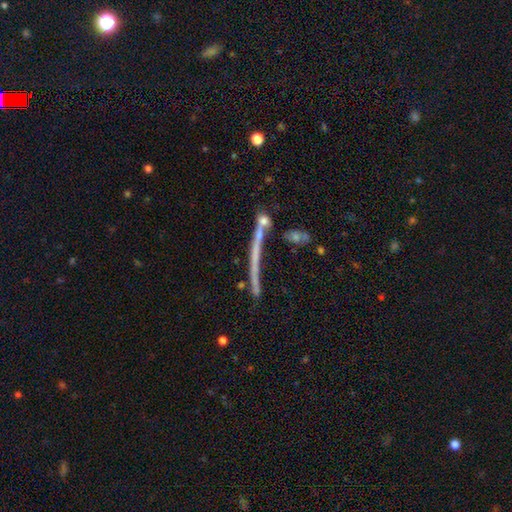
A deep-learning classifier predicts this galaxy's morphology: Q: Smooth or featured?
A: featured or disk (57%); runner-up: smooth (28%)
Q: Edge-on disk?
A: yes (92%); runner-up: no (8%)
Q: Edge-on bulge?
A: none (82%); runner-up: rounded (13%)
Q: Merging?
A: none (70%); runner-up: merger (14%)